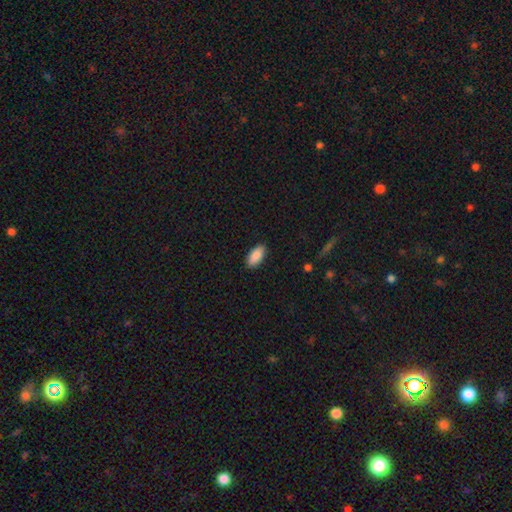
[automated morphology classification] A smooth galaxy with no disk features (90%) that is in between round and cigar-shaped (91%).

Vote fractions:
- Smooth or featured? smooth: 90% / star or artifact: 6% / featured or disk: 4%
- How rounded? in between: 91% / cigar-shaped: 7% / round: 2%
- Merging? none: 89% / minor disturbance: 8% / major disturbance: 2% / merger: 1%